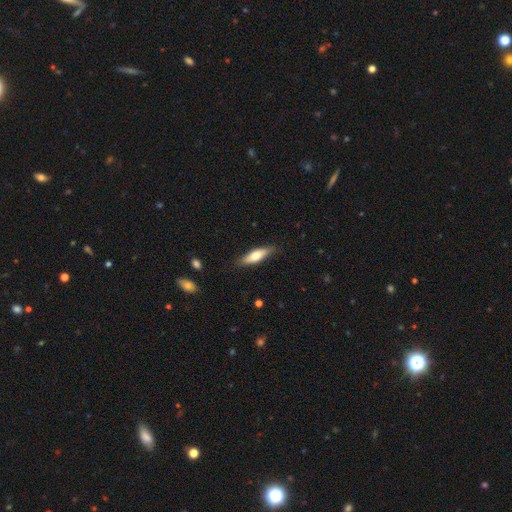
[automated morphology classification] Overall: smooth (64%; featured or disk 31%). How rounded: cigar-shaped (55%; in between 43%). Merging: none (83%).